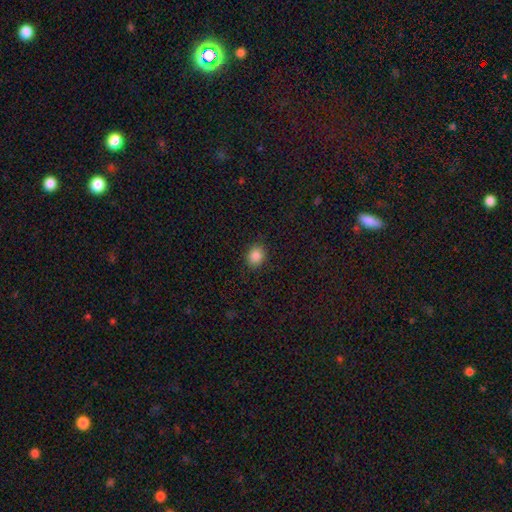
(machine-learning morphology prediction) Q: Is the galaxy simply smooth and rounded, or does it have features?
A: smooth — 86%.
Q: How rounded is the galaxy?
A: round — 55%.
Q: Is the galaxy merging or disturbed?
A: none — 87%.